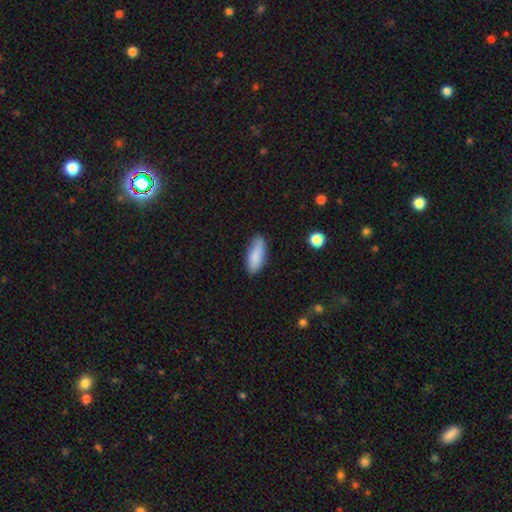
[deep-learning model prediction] Smooth or featured? smooth (85%)
How rounded? in between (72%)
Merging? none (81%)